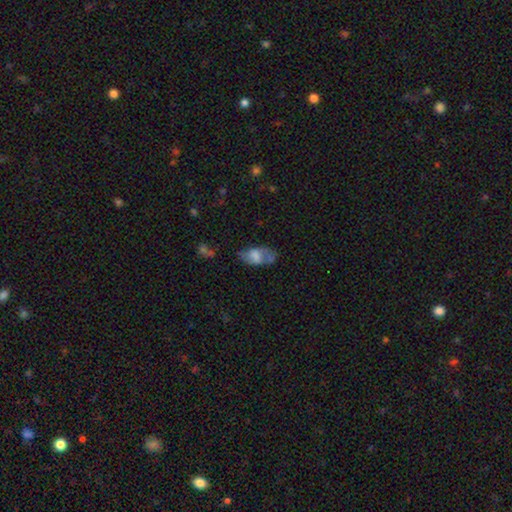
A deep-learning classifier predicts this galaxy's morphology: This appears to be a smooth galaxy with no disk features (60%) that is in between round and cigar-shaped (91%). Merging: none (47%).